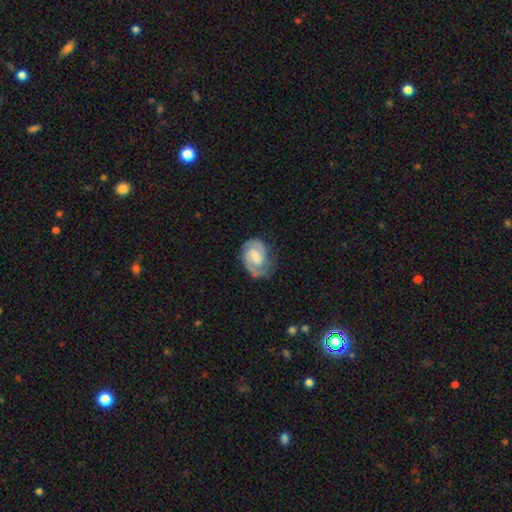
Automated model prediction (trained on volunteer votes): This is clearly a featured or disk galaxy (80%). It is clearly not viewed edge-on (98%). Bar: possibly weak (53%). Spiral arm pattern: clearly yes (96%). Spiral arm count: clearly 2 (84%). Spiral winding: marginally medium (45%). Central bulge: marginally none (30%, tied with moderate). Merging: likely none (70%).